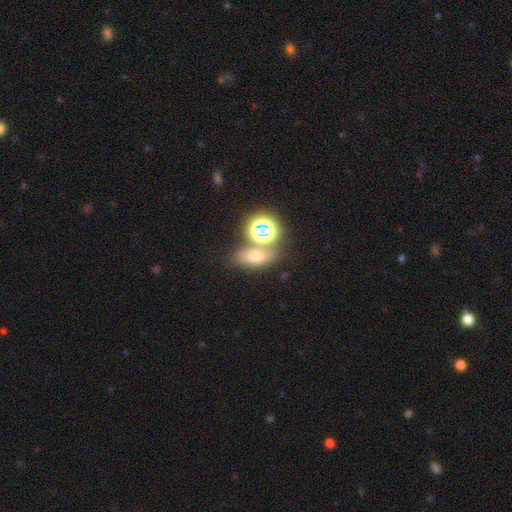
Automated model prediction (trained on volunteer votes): Smooth or featured? smooth (57%)
How rounded? in between (65%)
Merging? none (58%)